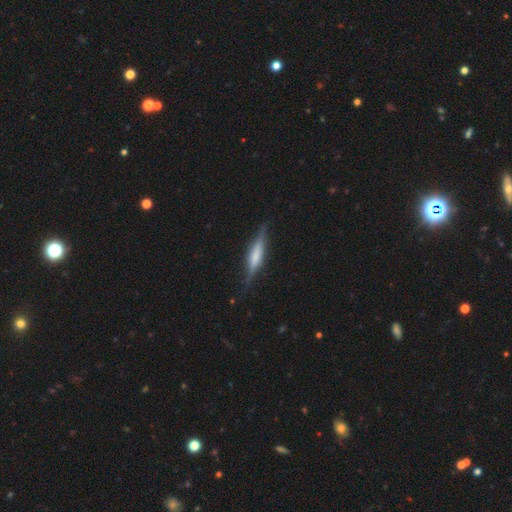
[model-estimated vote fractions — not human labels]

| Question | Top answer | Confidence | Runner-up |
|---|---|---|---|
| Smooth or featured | featured or disk | 58% | smooth (36%) |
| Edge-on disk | yes | 95% | no (5%) |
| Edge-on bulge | rounded | 41% | tied: boxy (41%) |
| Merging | none | 82% | minor disturbance (13%) |